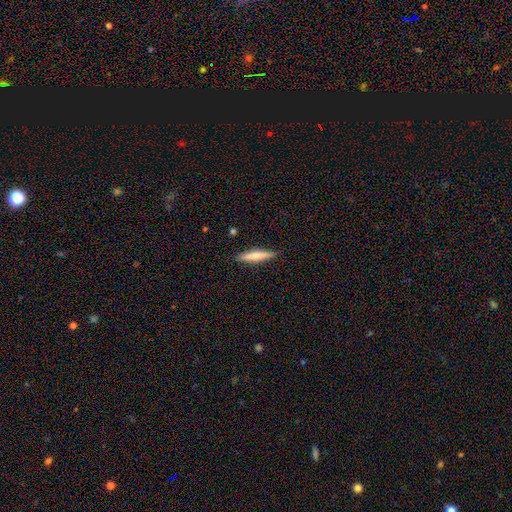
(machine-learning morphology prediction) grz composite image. It shows a smooth galaxy with no disk features (71%) that is cigar-shaped (90%). Merging: none (90%).